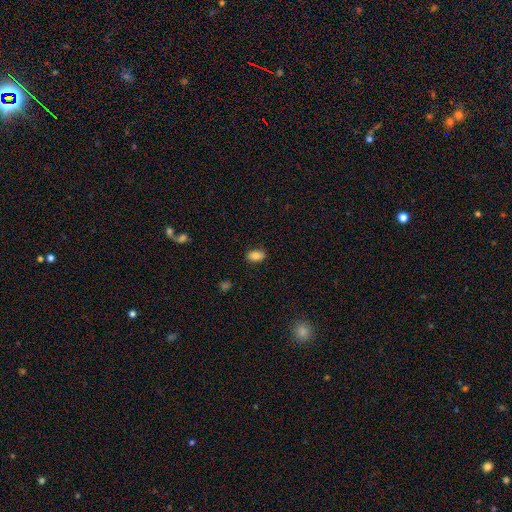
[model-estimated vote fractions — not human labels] This is clearly a smooth galaxy (80%). How rounded: clearly in between (89%). Merging: clearly none (83%).